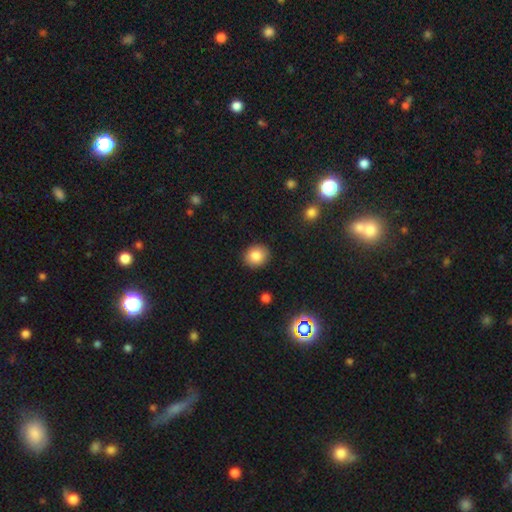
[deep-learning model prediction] The model was most divided on "how rounded": round: 76%, in between: 23%, cigar-shaped: 1%. More confident: merging — none (90%); smooth or featured — smooth (84%).